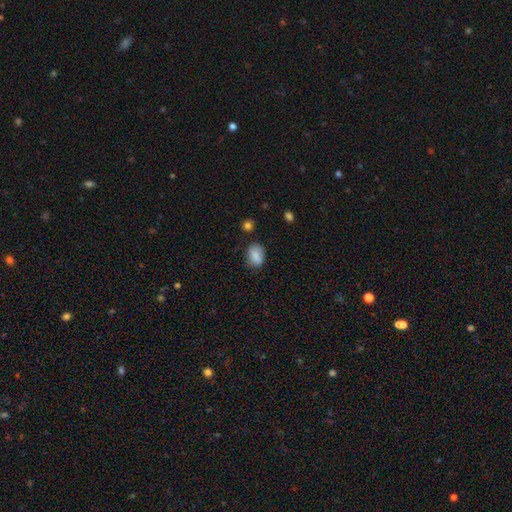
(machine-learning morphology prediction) Smooth or featured? smooth (82%)
How rounded? in between (76%)
Merging? none (74%)